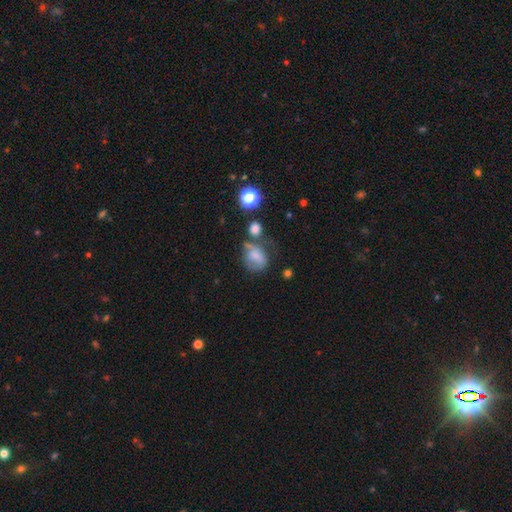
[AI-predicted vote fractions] smooth_or_featured: smooth (p=0.59) [alt: featured or disk p=0.28]
how_rounded: round (p=0.51) [alt: in between p=0.48]
merging: none (p=0.33) [alt: minor disturbance p=0.27]